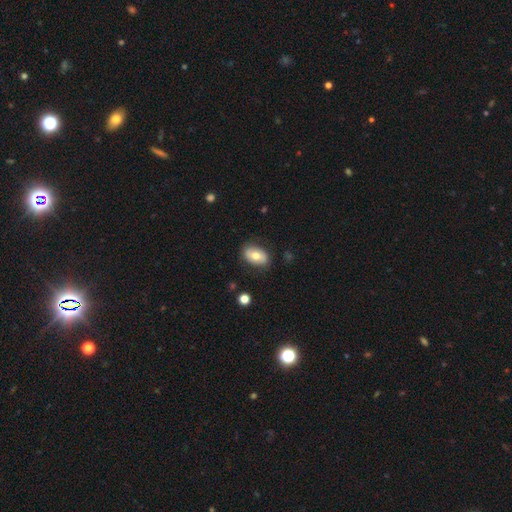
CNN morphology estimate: A smooth galaxy with no disk features (68%) that is in between round and cigar-shaped (88%).

Vote fractions:
- Smooth or featured? smooth: 68% / featured or disk: 25% / star or artifact: 7%
- How rounded? in between: 88% / round: 10% / cigar-shaped: 2%
- Merging? none: 82% / minor disturbance: 13% / major disturbance: 3% / merger: 1%